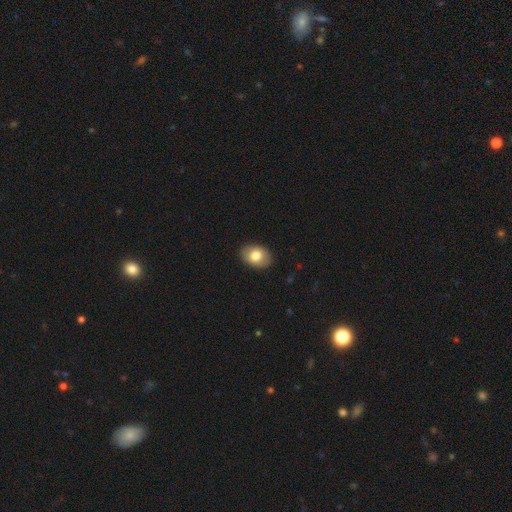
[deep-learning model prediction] Smooth or featured?
  - smooth: 80% *
  - featured or disk: 13%
  - star or artifact: 7%
How rounded?
  - in between: 76% *
  - round: 23%
  - cigar-shaped: 1%
Merging?
  - none: 88% *
  - minor disturbance: 9%
  - major disturbance: 2%
  - merger: 1%